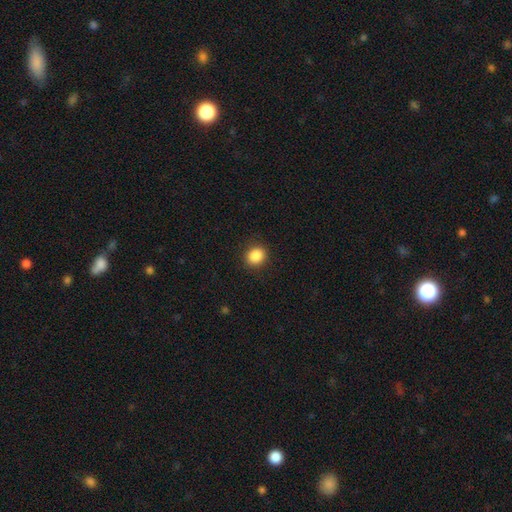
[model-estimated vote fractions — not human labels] Smooth or featured?
  - smooth: 87% *
  - star or artifact: 9%
  - featured or disk: 3%
How rounded?
  - round: 70% *
  - in between: 29%
  - cigar-shaped: 1%
Merging?
  - none: 90% *
  - minor disturbance: 7%
  - major disturbance: 2%
  - merger: 1%